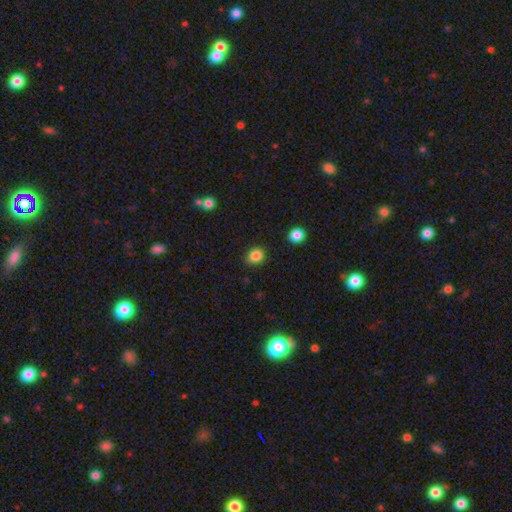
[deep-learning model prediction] Overall: smooth (85%). How rounded: round (68%; in between 32%). Merging: none (82%).